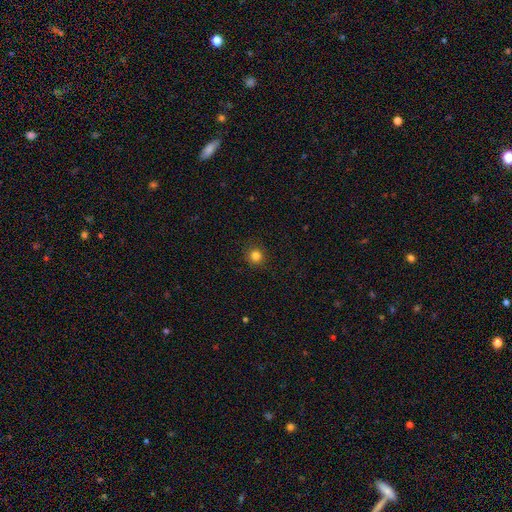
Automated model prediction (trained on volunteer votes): A smooth galaxy with no disk features (82%) that is round (94%).

Vote fractions:
- Smooth or featured? smooth: 82% / star or artifact: 13% / featured or disk: 5%
- How rounded? round: 94% / in between: 5% / cigar-shaped: 1%
- Merging? none: 91% / minor disturbance: 6% / major disturbance: 2% / merger: 1%